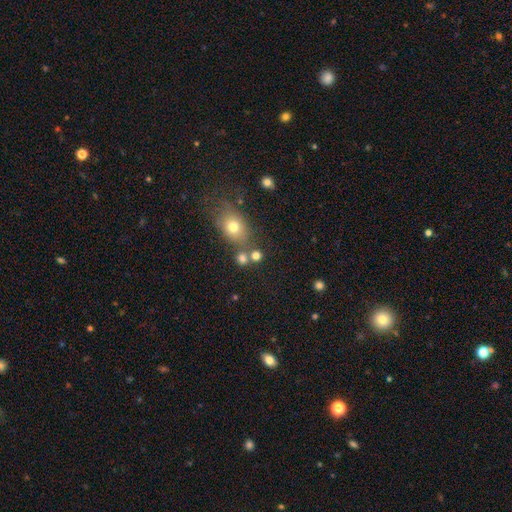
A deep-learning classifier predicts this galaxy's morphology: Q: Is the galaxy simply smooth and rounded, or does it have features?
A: smooth — 75%.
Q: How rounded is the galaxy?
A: round — 81%.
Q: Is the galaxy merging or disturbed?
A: none — 60%.